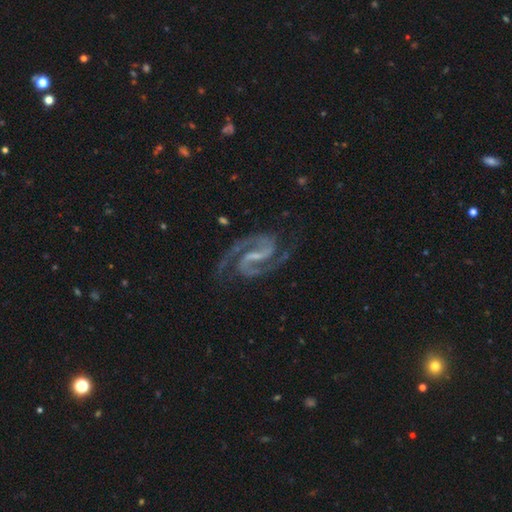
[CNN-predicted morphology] A featured or disk galaxy (95%) with a strong bar (44%, tied with weak), 2 (95%) medium (69%) spiral arms (99%) and a small central bulge (54%). Merging: none (78%).